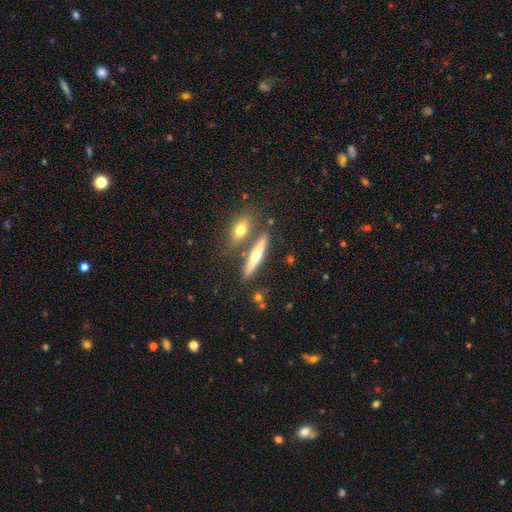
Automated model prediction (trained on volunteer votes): Smooth or featured?
  - featured or disk: 56% *
  - smooth: 37%
  - star or artifact: 8%
Edge-on disk?
  - yes: 93% *
  - no: 7%
Edge-on bulge?
  - rounded: 90% *
  - none: 8%
  - boxy: 3%
Merging?
  - none: 76% *
  - merger: 12%
  - minor disturbance: 9%
  - major disturbance: 3%